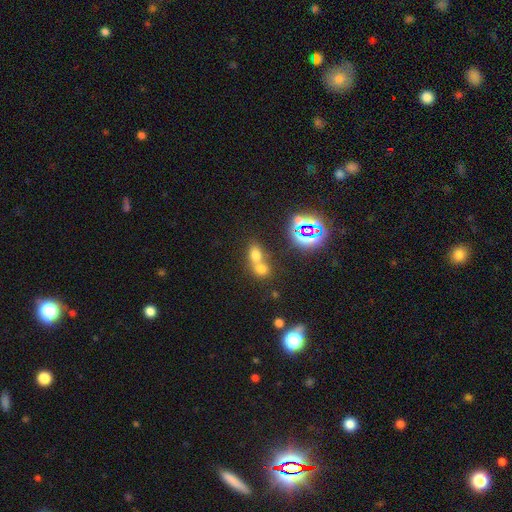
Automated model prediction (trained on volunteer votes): smooth-or-featured: smooth: 63% | star or artifact: 25% | featured or disk: 12%
  how-rounded: in between: 51% | round: 47% | cigar-shaped: 2%
  merging: merger: 62% | none: 30% | minor disturbance: 6% | major disturbance: 3%